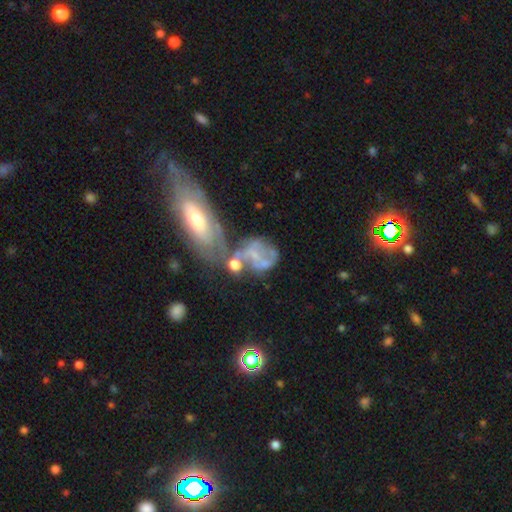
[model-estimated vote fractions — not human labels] The model was most divided on "bulge size" (2-way tie): small: 37%, none: 37%, moderate: 21%, large: 3%, dominant: 2%. Remaining: edge-on disk — no (94%); bar — no (74%); smooth or featured — featured or disk (58%); spiral arms — no (57%); merging — merger (36%).